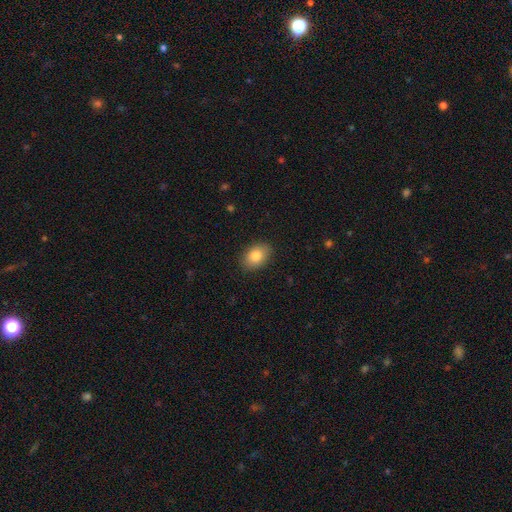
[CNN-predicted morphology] A smooth galaxy with no disk features (83%) that is in between round and cigar-shaped (79%). Merging: none (88%).